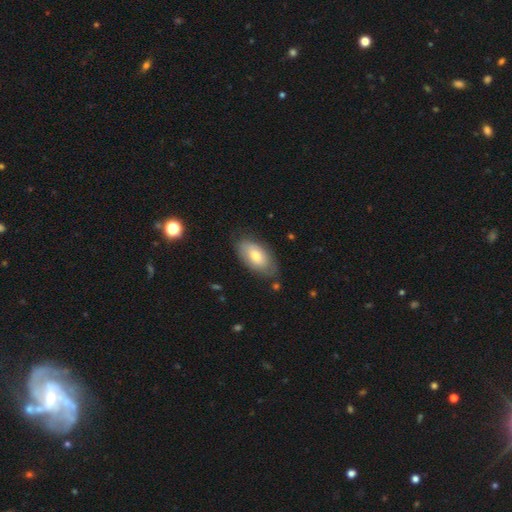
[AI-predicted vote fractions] A smooth galaxy with no disk features (67%) that is in between round and cigar-shaped (94%).

Vote fractions:
- Smooth or featured? smooth: 67% / featured or disk: 27% / star or artifact: 6%
- How rounded? in between: 94% / cigar-shaped: 3% / round: 3%
- Merging? none: 77% / minor disturbance: 17% / major disturbance: 4% / merger: 2%